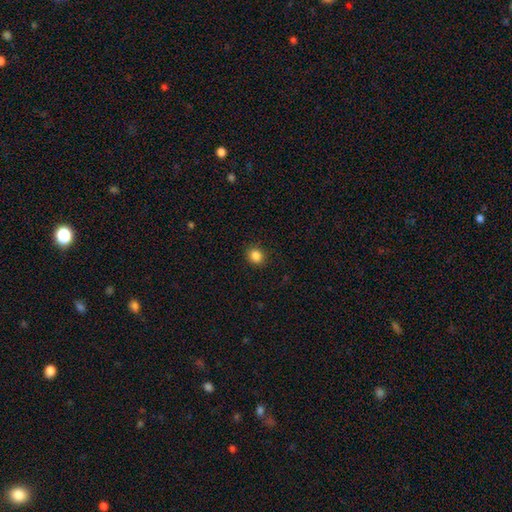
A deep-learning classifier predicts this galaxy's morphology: Overall: smooth (85%). How rounded: round (77%). Merging: none (89%).